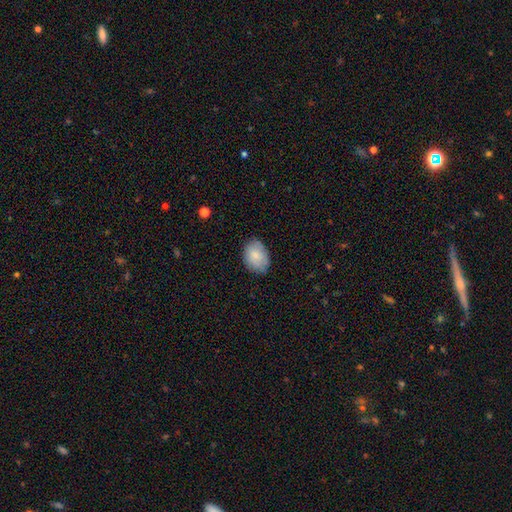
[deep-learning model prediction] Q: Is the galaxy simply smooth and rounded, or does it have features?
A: smooth — 83%.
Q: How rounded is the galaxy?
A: in between — 73%.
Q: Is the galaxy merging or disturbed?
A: none — 79%.